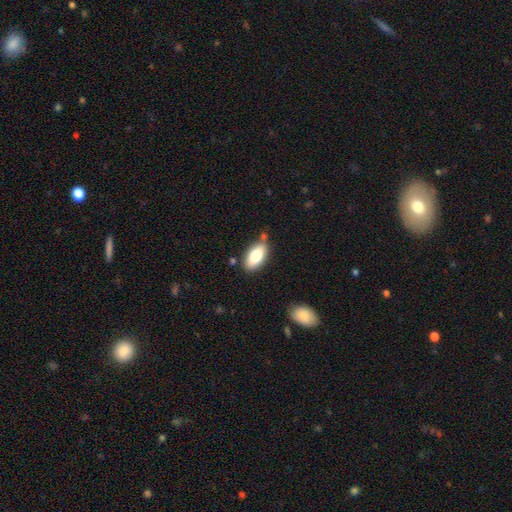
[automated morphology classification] smooth-or-featured: smooth: 80% | featured or disk: 13% | star or artifact: 7%
  how-rounded: in between: 91% | cigar-shaped: 6% | round: 3%
  merging: none: 76% | minor disturbance: 15% | merger: 6% | major disturbance: 3%